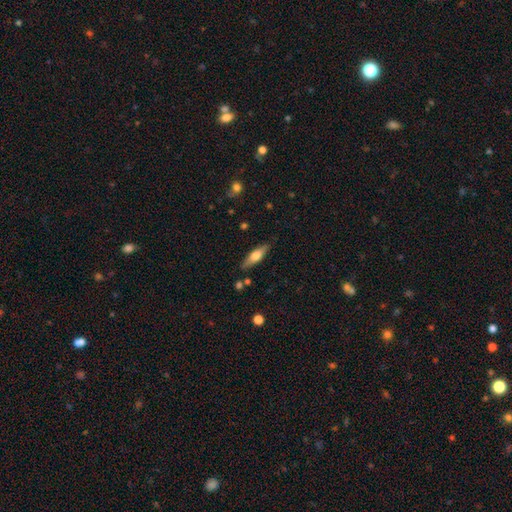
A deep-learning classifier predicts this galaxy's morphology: A smooth galaxy with no disk features (53%) that is cigar-shaped (62%). Merging: none (84%).